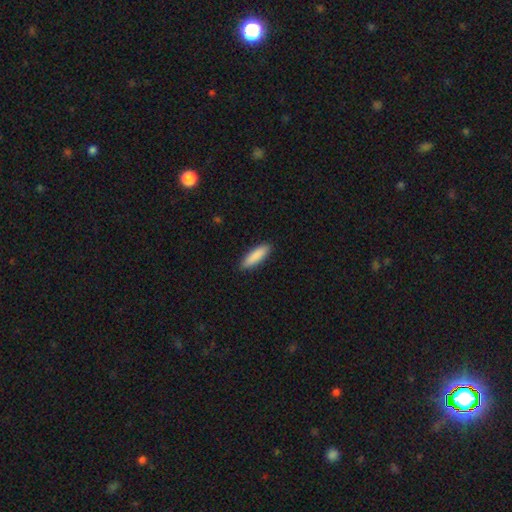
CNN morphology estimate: A smooth galaxy with no disk features (89%) that is cigar-shaped (58%).

Vote fractions:
- Smooth or featured? smooth: 89% / featured or disk: 6% / star or artifact: 6%
- How rounded? cigar-shaped: 58% / in between: 40% / round: 1%
- Merging? none: 89% / minor disturbance: 8% / major disturbance: 2% / merger: 1%